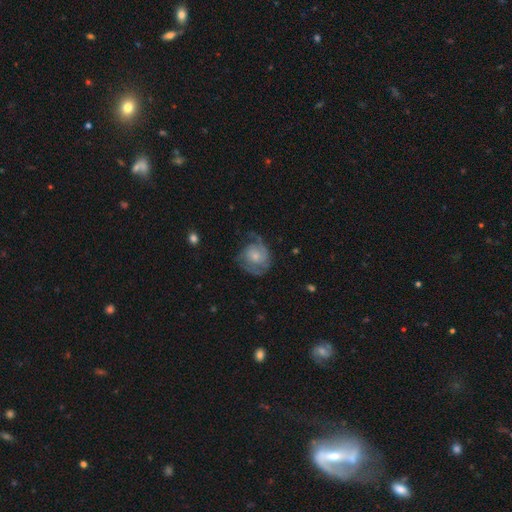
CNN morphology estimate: Smooth or featured? Predicted: featured or disk (p=0.71). Edge-on disk? Predicted: no (p=0.98). Bar? Predicted: no (p=0.77). Spiral arms? Predicted: yes (p=0.89). Spiral winding? Predicted: tight (p=0.40). Spiral arm count? Predicted: 2 (p=0.54). Bulge size? Predicted: small (p=0.55). Merging? Predicted: none (p=0.52).